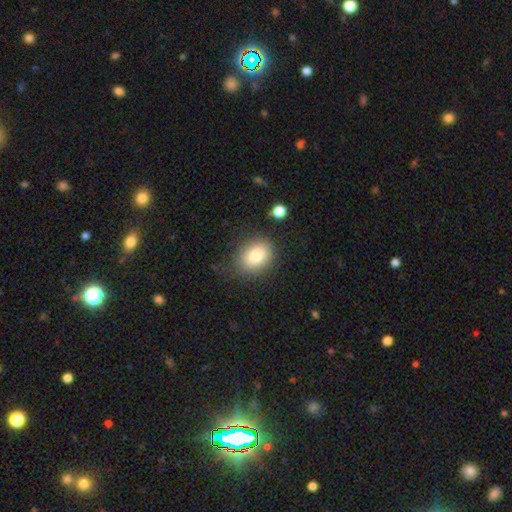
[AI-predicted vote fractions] Morphology: type=smooth (82%); roundness=in between (58%); merging=none (75%).